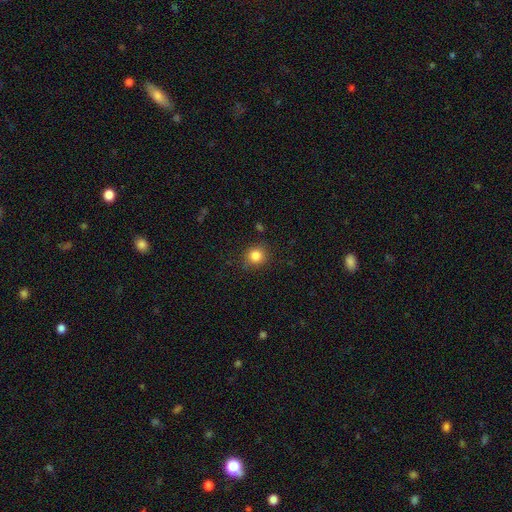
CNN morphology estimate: Smooth or featured? smooth (84%)
How rounded? round (87%)
Merging? none (85%)